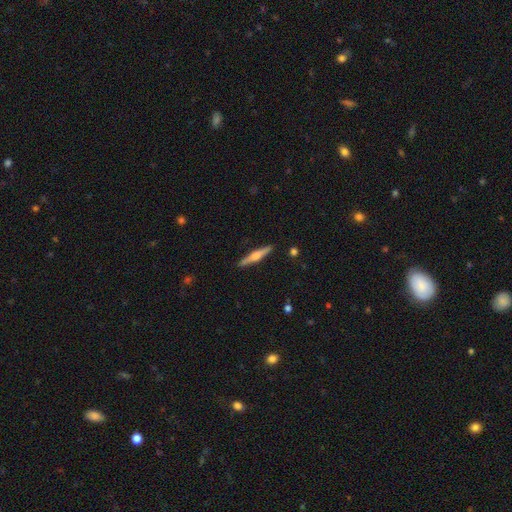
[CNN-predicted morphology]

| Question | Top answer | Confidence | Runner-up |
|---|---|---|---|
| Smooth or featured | featured or disk | 65% | smooth (29%) |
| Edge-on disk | yes | 98% | no (2%) |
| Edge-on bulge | rounded | 85% | boxy (10%) |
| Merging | none | 91% | minor disturbance (7%) |